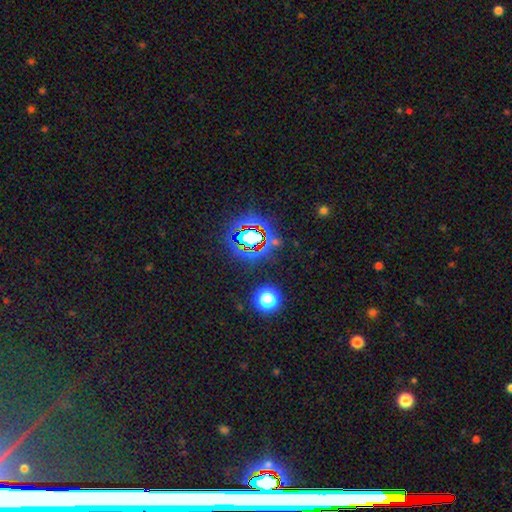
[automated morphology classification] Smooth or featured? star or artifact (75%)